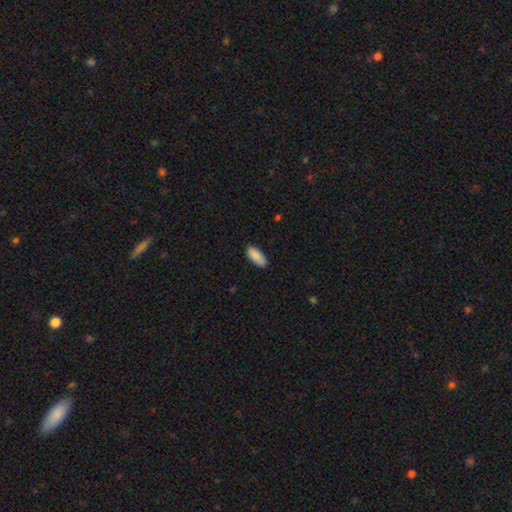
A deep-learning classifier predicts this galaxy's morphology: The model was most divided on "how rounded": in between: 84%, cigar-shaped: 14%, round: 2%. More confident: smooth or featured — smooth (89%); merging — none (84%).